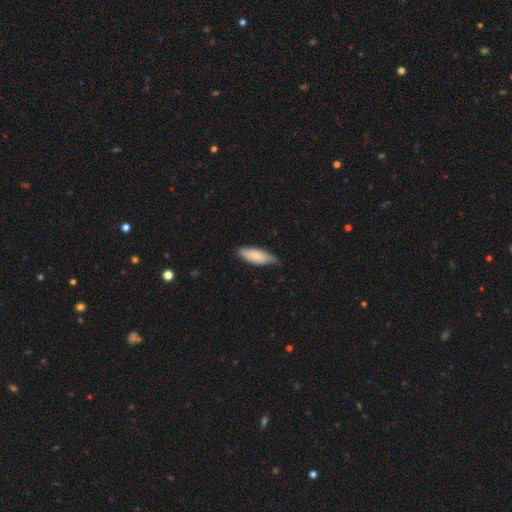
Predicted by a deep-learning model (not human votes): This is clearly a smooth galaxy (81%). How rounded: likely in between (71%). Merging: likely none (62%).